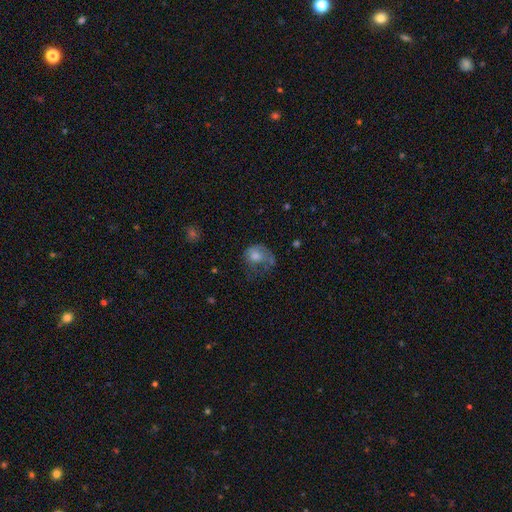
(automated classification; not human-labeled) Smooth or featured?
  - smooth: 50% *
  - featured or disk: 39%
  - star or artifact: 11%
Merging?
  - major disturbance: 43% *
  - none: 30%
  - minor disturbance: 23%
  - merger: 3%